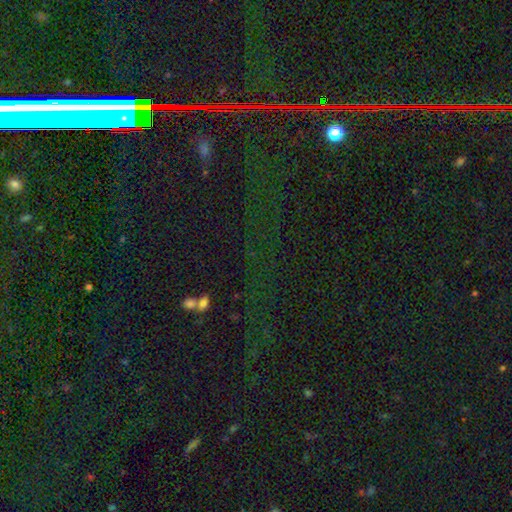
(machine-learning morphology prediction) A star or artifact, not a galaxy (82%).

Vote fractions:
- Smooth or featured? star or artifact: 82% / smooth: 10% / featured or disk: 9%